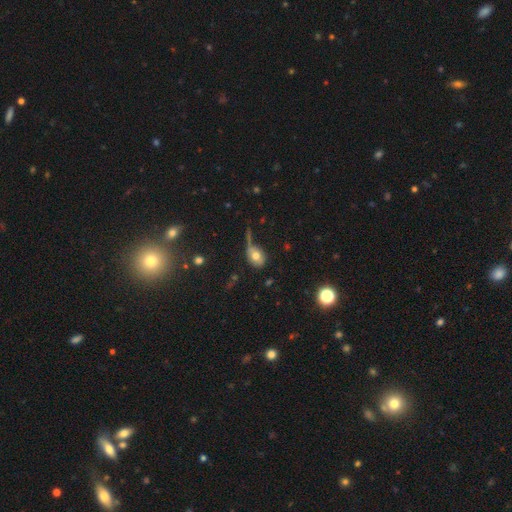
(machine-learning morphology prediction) This is likely a smooth galaxy (68%). How rounded: likely in between (63%). Merging: marginally none (37%).